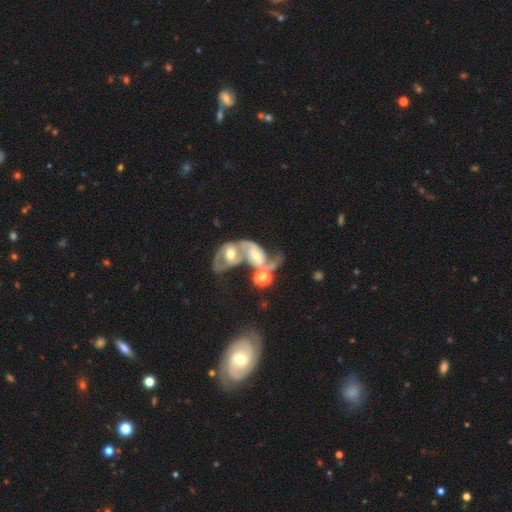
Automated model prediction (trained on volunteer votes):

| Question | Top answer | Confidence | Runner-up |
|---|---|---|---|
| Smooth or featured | featured or disk | 73% | smooth (18%) |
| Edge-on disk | no | 96% | yes (4%) |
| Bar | no | 59% | weak (30%) |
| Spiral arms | yes | 80% | no (20%) |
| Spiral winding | loose | 40% | medium (39%) |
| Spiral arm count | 2 | 64% | 1 (17%) |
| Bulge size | moderate | 51% | small (34%) |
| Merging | merger | 67% | major disturbance (13%) |